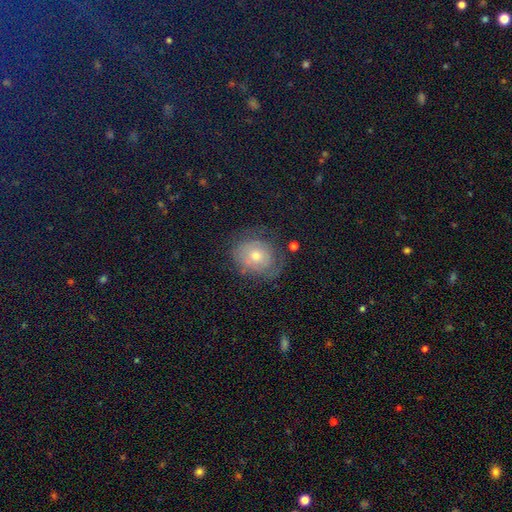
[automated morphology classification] Smooth or featured? smooth (43%)
Merging? none (68%)